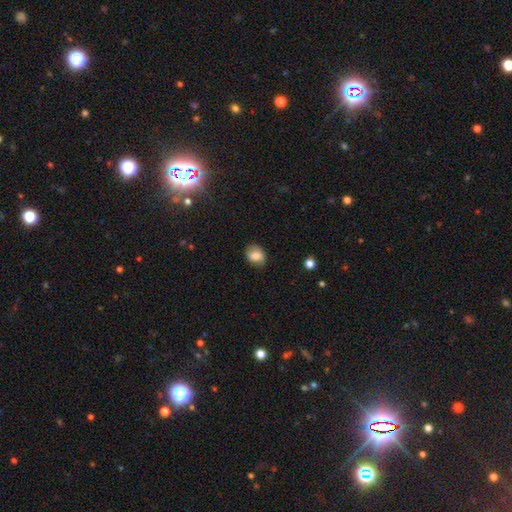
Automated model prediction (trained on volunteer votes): Q: Smooth or featured?
A: smooth (78%); runner-up: featured or disk (13%)
Q: How rounded?
A: in between (62%); runner-up: round (37%)
Q: Merging?
A: none (77%); runner-up: minor disturbance (18%)